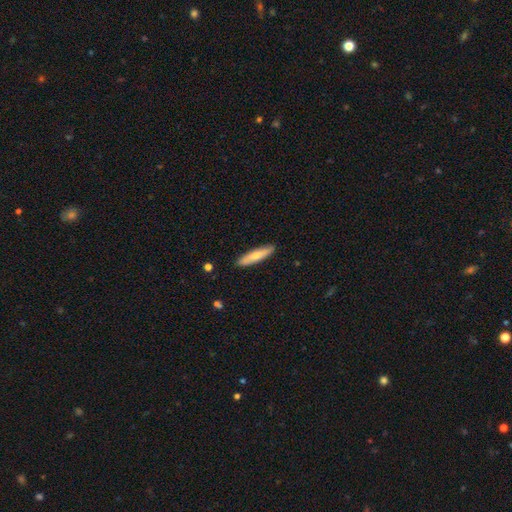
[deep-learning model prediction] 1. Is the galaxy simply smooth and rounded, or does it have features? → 71% smooth, 24% featured or disk, 5% star or artifact.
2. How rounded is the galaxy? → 79% cigar-shaped, 19% in between, 1% round.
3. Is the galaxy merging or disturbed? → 89% none, 8% minor disturbance, 1% major disturbance, 1% merger.